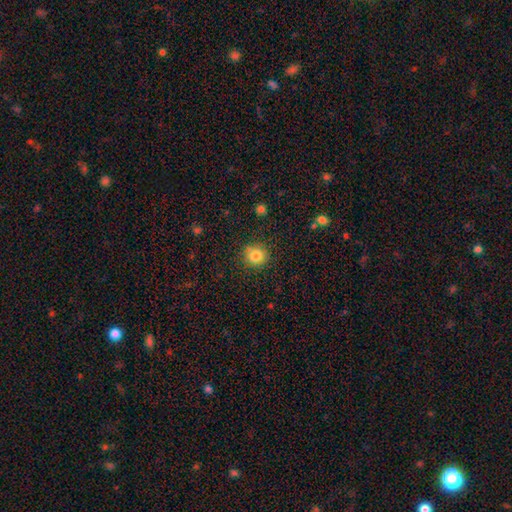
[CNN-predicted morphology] Q: Smooth or featured?
A: smooth (82%); runner-up: star or artifact (11%)
Q: How rounded?
A: round (91%); runner-up: in between (8%)
Q: Merging?
A: none (85%); runner-up: minor disturbance (10%)